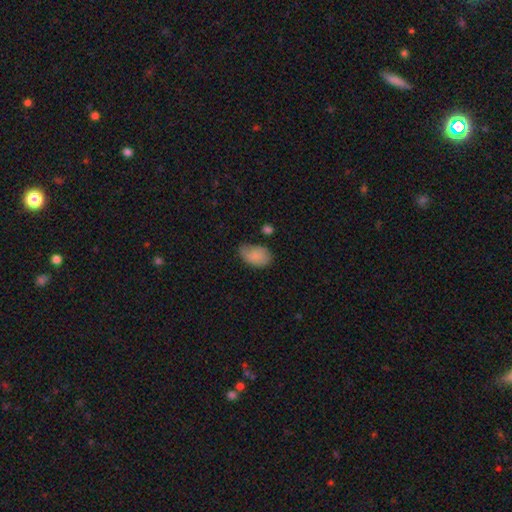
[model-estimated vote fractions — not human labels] Morphology: type=smooth (82%); roundness=in between (89%); merging=none (51%).